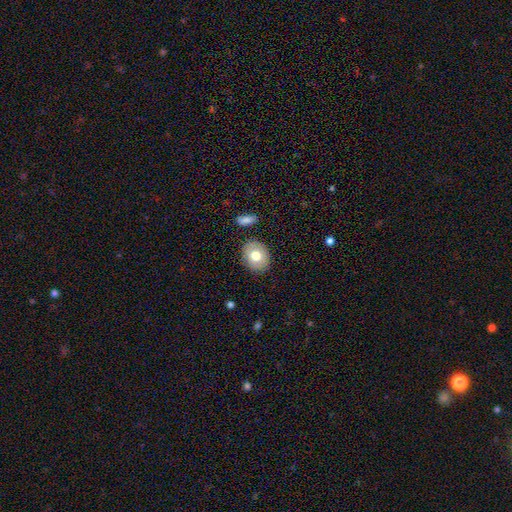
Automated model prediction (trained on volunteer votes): The model was most divided on "how rounded": in between: 52%, round: 47%, cigar-shaped: 1%. More confident: merging — none (86%); smooth or featured — smooth (73%).